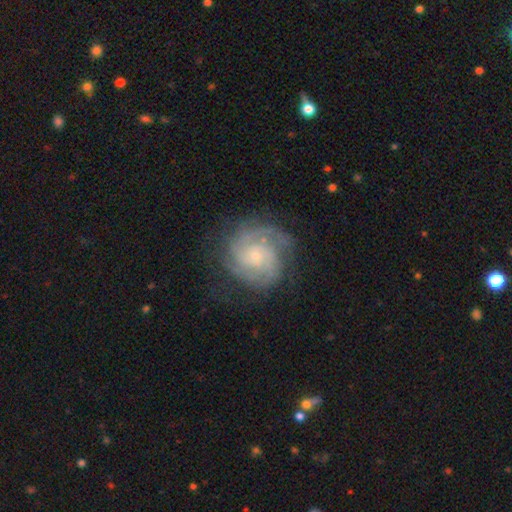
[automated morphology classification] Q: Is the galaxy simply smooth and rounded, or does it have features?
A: featured or disk — 83%.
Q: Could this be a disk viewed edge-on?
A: no — 98%.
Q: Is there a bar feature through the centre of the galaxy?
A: no — 74%.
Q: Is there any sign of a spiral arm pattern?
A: yes — 96%.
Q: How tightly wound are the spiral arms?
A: tight — 64%.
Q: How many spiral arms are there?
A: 3 — 27%.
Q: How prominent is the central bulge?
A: small — 77%.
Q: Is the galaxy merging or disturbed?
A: none — 73%.